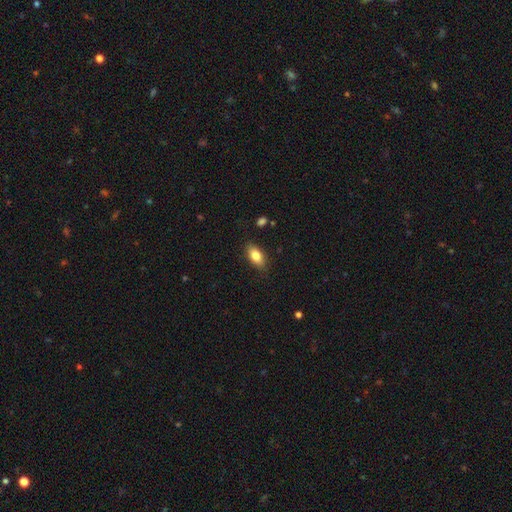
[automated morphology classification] Smooth or featured? smooth (81%)
How rounded? in between (88%)
Merging? none (85%)